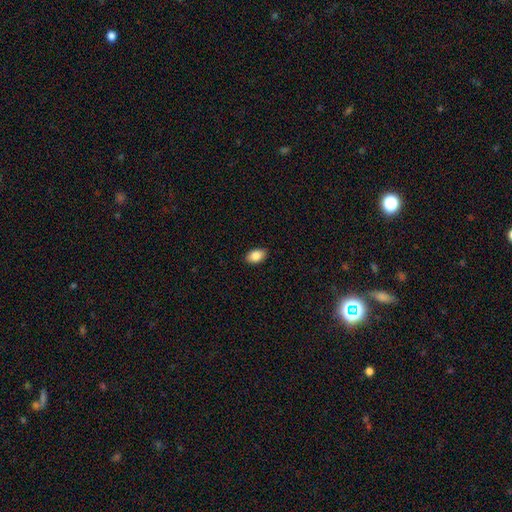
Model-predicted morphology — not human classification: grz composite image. It shows a smooth galaxy with no disk features (87%) that is in between round and cigar-shaped (89%). Merging: none (88%).